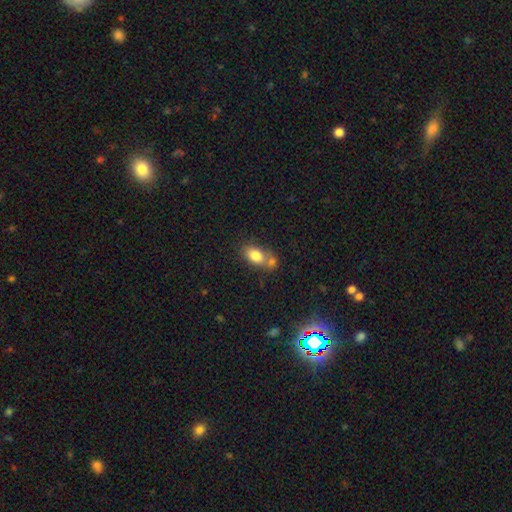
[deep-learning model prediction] Overall: smooth (81%). How rounded: in between (86%). Merging: none (42%; merger 39%).